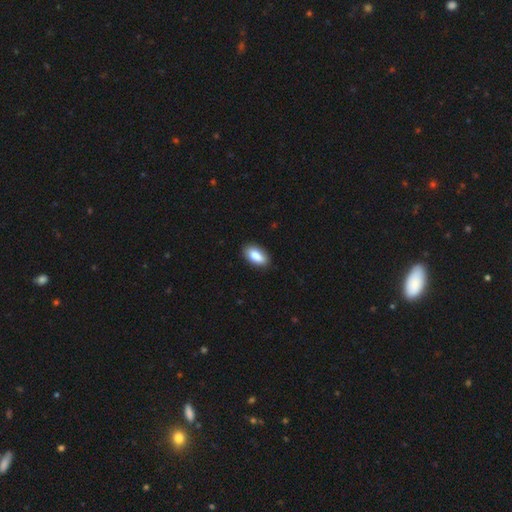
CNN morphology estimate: Smooth or featured: smooth — 85% (featured or disk — 8%)
How rounded: in between — 92% (cigar-shaped — 4%)
Merging: none — 85% (minor disturbance — 12%)